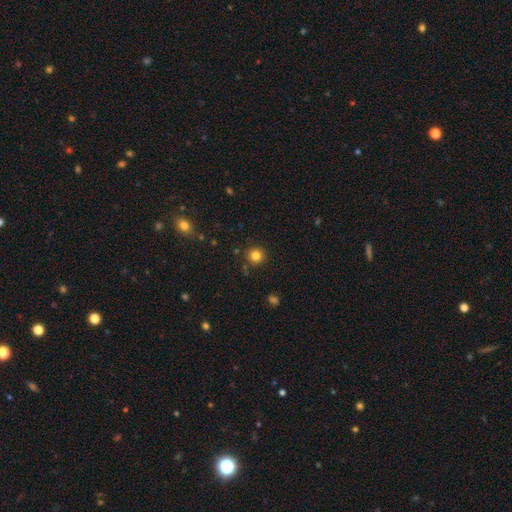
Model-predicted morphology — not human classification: smooth_or_featured: smooth (p=0.82) [alt: star or artifact p=0.13]
how_rounded: round (p=0.93) [alt: in between p=0.06]
merging: none (p=0.88) [alt: minor disturbance p=0.07]